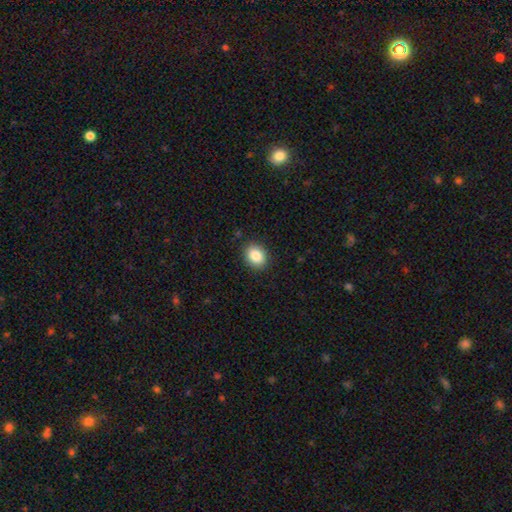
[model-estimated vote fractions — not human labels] smooth-or-featured: smooth: 86% | star or artifact: 9% | featured or disk: 5%
  how-rounded: round: 52% | in between: 47% | cigar-shaped: 1%
  merging: none: 89% | minor disturbance: 8% | major disturbance: 2% | merger: 1%